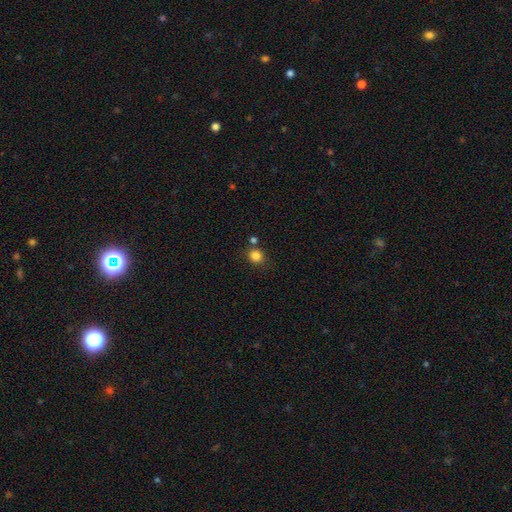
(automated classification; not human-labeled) Smooth or featured? Predicted: smooth (p=0.83). How rounded? Predicted: round (p=0.83). Merging? Predicted: none (p=0.76).